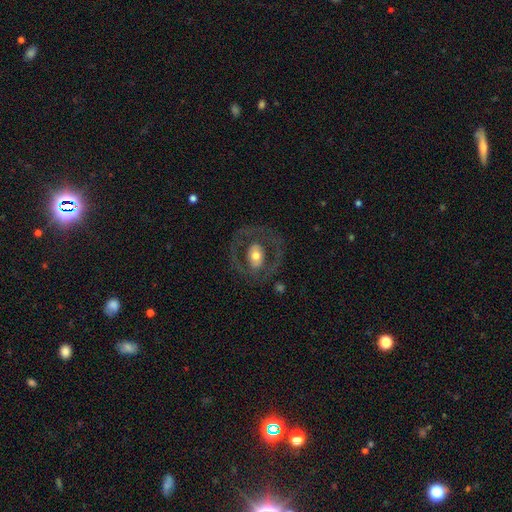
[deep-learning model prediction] featured or disk 60%, smooth 34%, star or artifact 6%. Down the decision tree: edge-on disk — no (95%); bar — no (66%); spiral arms — no (69%); bulge size — moderate (65%); merging — none (71%).